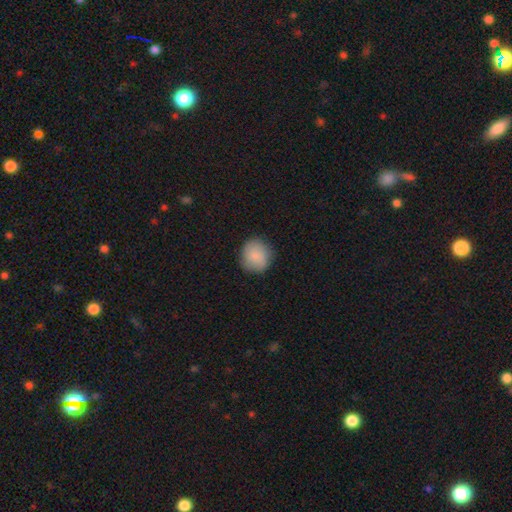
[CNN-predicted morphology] A smooth galaxy with no disk features (85%) that is round (86%).

Vote fractions:
- Smooth or featured? smooth: 85% / featured or disk: 8% / star or artifact: 7%
- How rounded? round: 86% / in between: 13% / cigar-shaped: 1%
- Merging? none: 84% / minor disturbance: 12% / major disturbance: 3% / merger: 1%